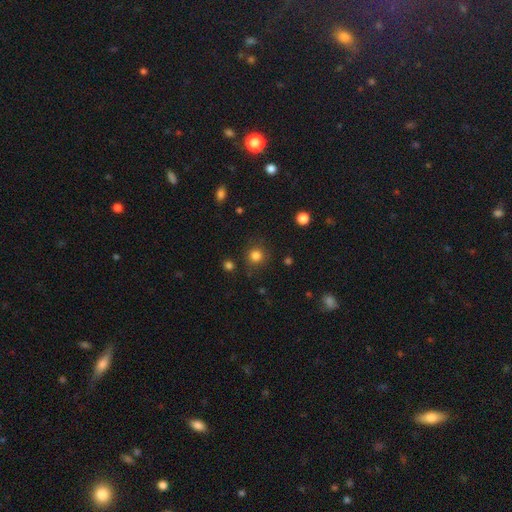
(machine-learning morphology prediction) smooth-or-featured: smooth: 83% | star or artifact: 13% | featured or disk: 4%
  how-rounded: round: 92% | in between: 7% | cigar-shaped: 1%
  merging: none: 86% | minor disturbance: 8% | major disturbance: 3% | merger: 2%